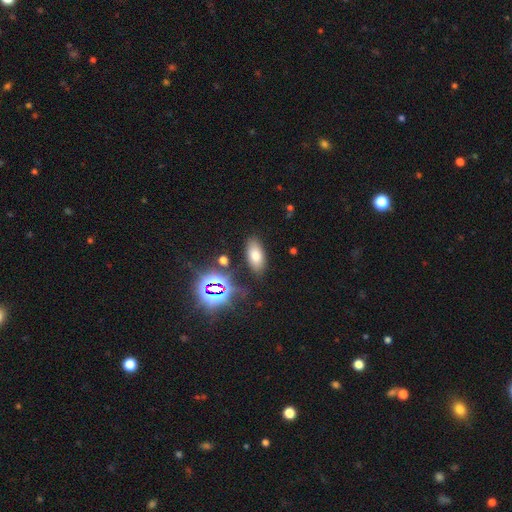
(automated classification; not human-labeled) A smooth galaxy with no disk features (67%) that is in between round and cigar-shaped (89%).

Vote fractions:
- Smooth or featured? smooth: 67% / star or artifact: 20% / featured or disk: 13%
- How rounded? in between: 89% / cigar-shaped: 7% / round: 5%
- Merging? none: 84% / minor disturbance: 10% / major disturbance: 3% / merger: 3%